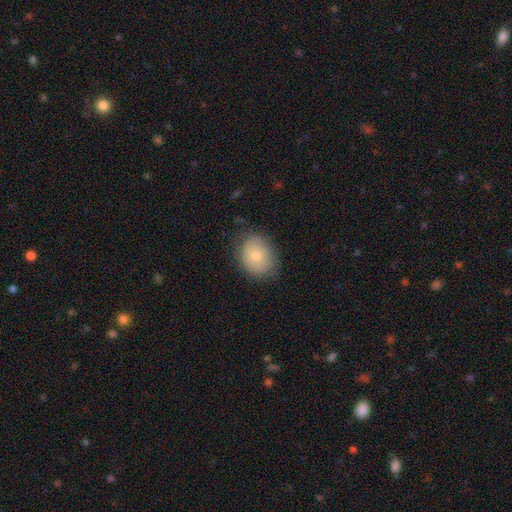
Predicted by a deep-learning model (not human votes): A smooth galaxy with no disk features (73%) that is in between round and cigar-shaped (52%).

Vote fractions:
- Smooth or featured? smooth: 73% / featured or disk: 19% / star or artifact: 8%
- How rounded? in between: 52% / round: 47% / cigar-shaped: 1%
- Merging? none: 77% / minor disturbance: 18% / major disturbance: 4% / merger: 1%